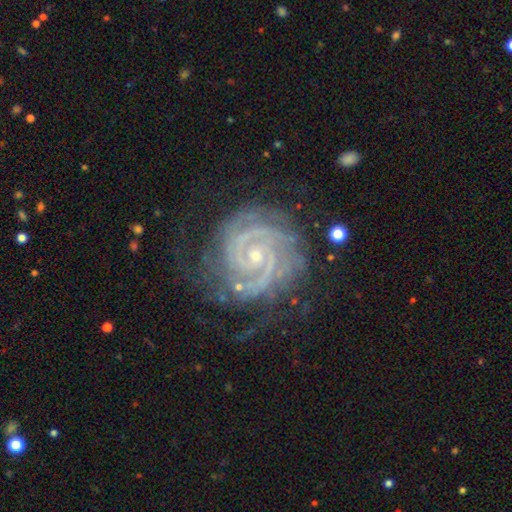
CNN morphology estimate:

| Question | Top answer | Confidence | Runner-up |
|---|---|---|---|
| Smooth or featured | featured or disk | 91% | star or artifact (6%) |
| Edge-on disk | no | 98% | yes (2%) |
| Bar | no | 59% | weak (30%) |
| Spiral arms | yes | 99% | no (1%) |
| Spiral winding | tight | 79% | medium (19%) |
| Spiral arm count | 2 | 54% | 3 (17%) |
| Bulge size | small | 72% | moderate (24%) |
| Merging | none | 70% | minor disturbance (19%) |